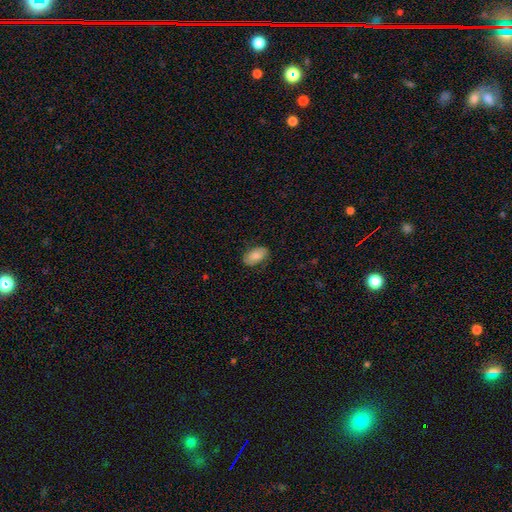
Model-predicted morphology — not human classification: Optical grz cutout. It shows a smooth galaxy with no disk features (76%) that is in between round and cigar-shaped (92%). Merging: none (78%).